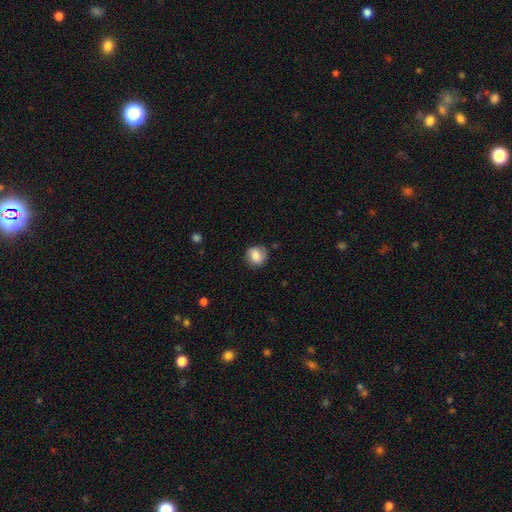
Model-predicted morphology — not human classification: smooth-or-featured: smooth: 78% | featured or disk: 13% | star or artifact: 8%
  how-rounded: round: 85% | in between: 14% | cigar-shaped: 1%
  merging: none: 78% | minor disturbance: 16% | major disturbance: 4% | merger: 2%